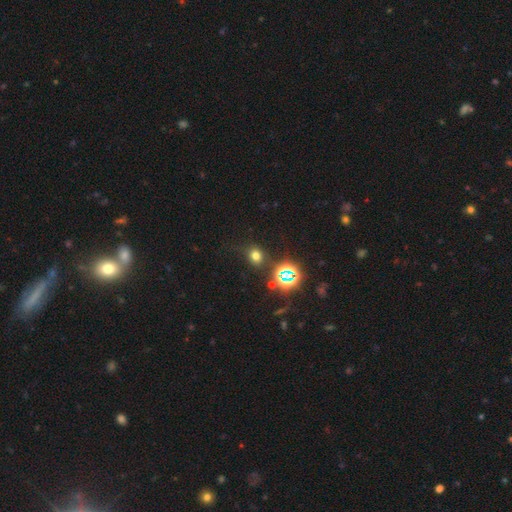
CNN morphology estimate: A smooth galaxy with no disk features (65%) that is round (70%). Merging: none (79%).